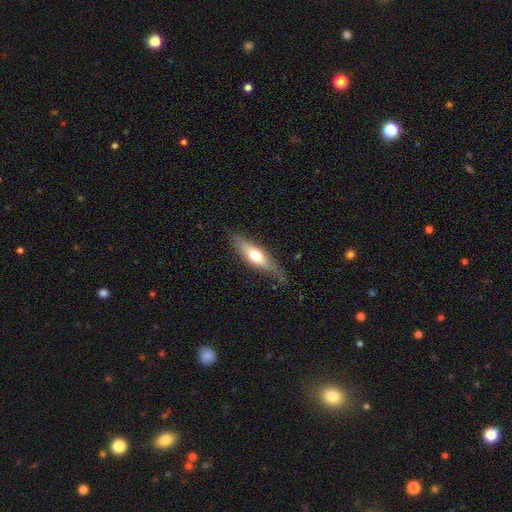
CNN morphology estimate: Smooth or featured: smooth — 52% (featured or disk — 42%)
How rounded: cigar-shaped — 56% (in between — 41%)
Merging: none — 72% (minor disturbance — 21%)